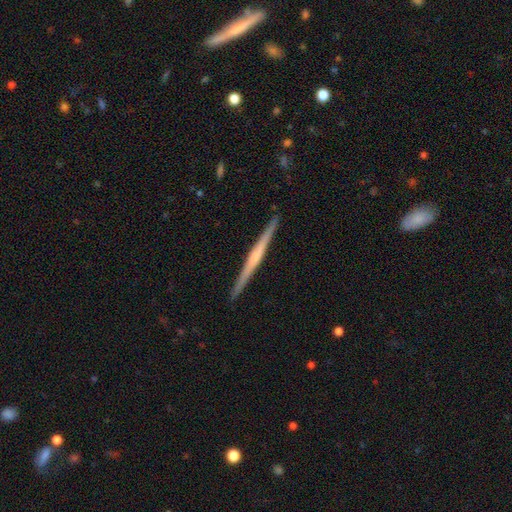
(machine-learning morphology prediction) featured or disk 70%, smooth 25%, star or artifact 5%. Down the decision tree: edge-on disk — yes (98%); edge-on bulge — none (46%); merging — none (92%).